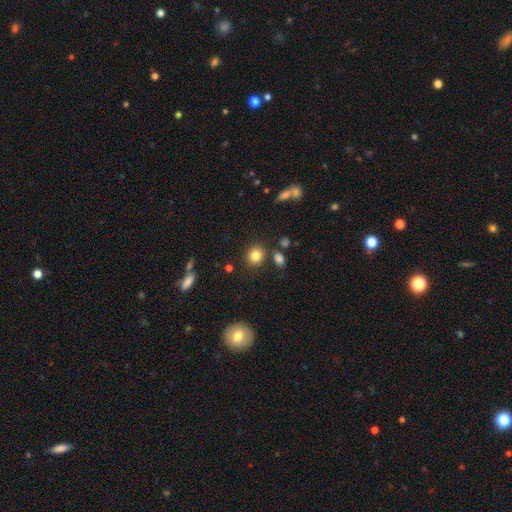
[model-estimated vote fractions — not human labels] smooth-or-featured: smooth: 83% | star or artifact: 11% | featured or disk: 6%
  how-rounded: round: 78% | in between: 21% | cigar-shaped: 1%
  merging: none: 82% | minor disturbance: 9% | merger: 6% | major disturbance: 3%